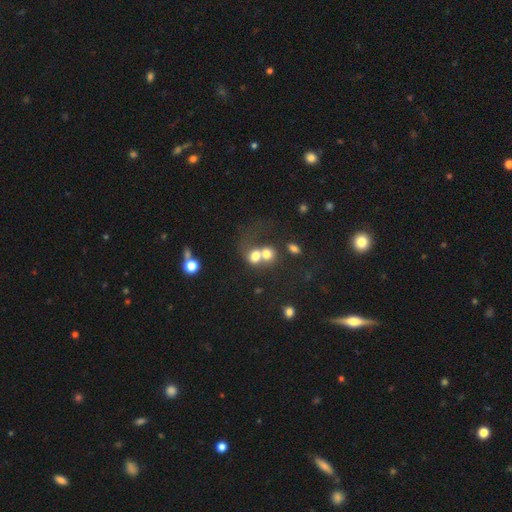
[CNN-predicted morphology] Smooth or featured? Predicted: smooth (p=0.65). How rounded? Predicted: round (p=0.66). Merging? Predicted: merger (p=0.65).